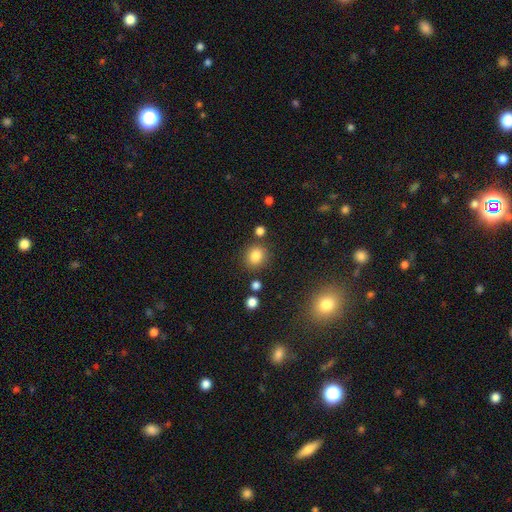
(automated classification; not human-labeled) Smooth or featured? Predicted: smooth (p=0.83). How rounded? Predicted: round (p=0.75). Merging? Predicted: none (p=0.80).